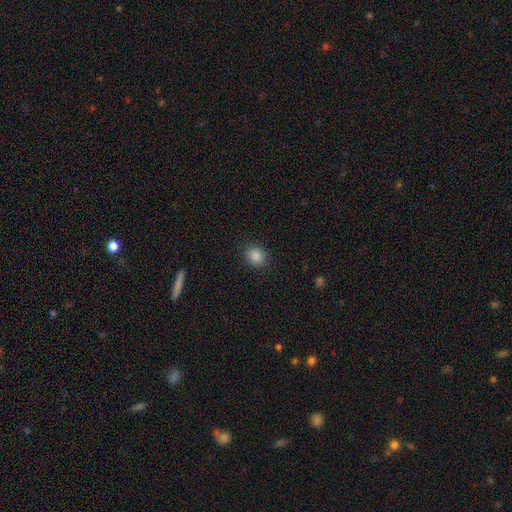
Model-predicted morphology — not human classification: smooth 86%, star or artifact 11%, featured or disk 4%. Down the decision tree: how rounded — round (78%); merging — none (90%).